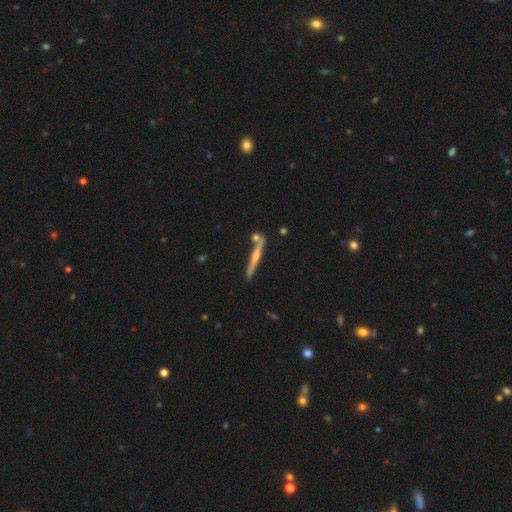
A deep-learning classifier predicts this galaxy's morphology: type=featured or disk (57%); edge-on=yes (96%); edge-on bulge=rounded (57%); merging=none (78%).